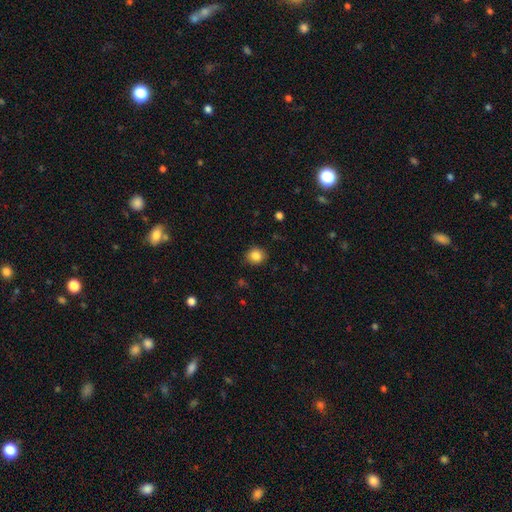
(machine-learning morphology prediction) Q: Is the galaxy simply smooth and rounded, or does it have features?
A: smooth — 85%.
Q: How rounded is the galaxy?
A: round — 79%.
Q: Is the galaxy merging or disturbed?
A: none — 87%.